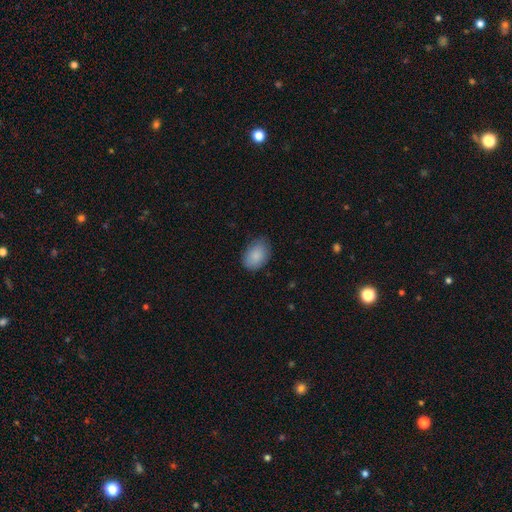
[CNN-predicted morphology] smooth 87%, star or artifact 6%, featured or disk 6%. Down the decision tree: how rounded — in between (83%); merging — none (75%).